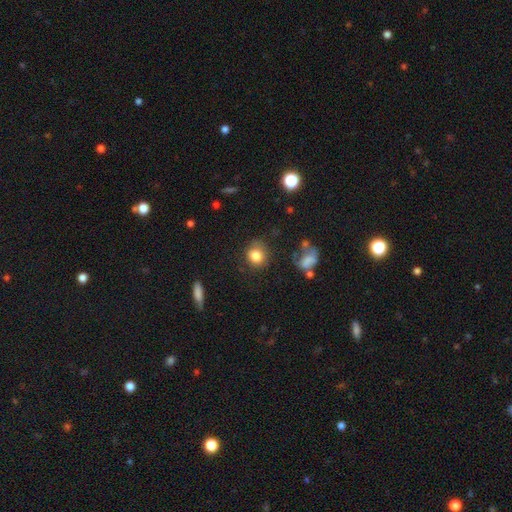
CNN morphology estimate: A smooth galaxy with no disk features (82%) that is round (74%).

Vote fractions:
- Smooth or featured? smooth: 82% / star or artifact: 10% / featured or disk: 8%
- How rounded? round: 74% / in between: 25% / cigar-shaped: 1%
- Merging? none: 74% / minor disturbance: 17% / major disturbance: 7% / merger: 3%